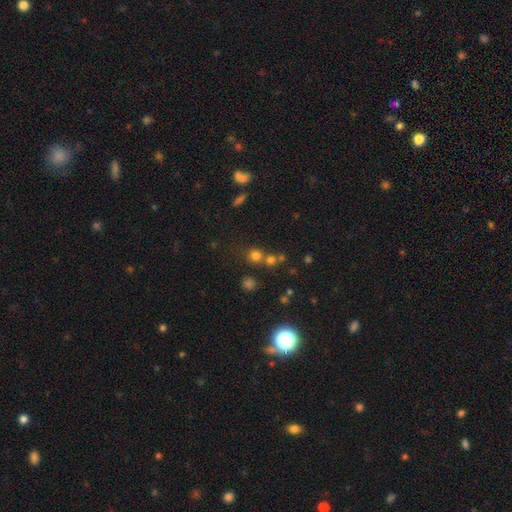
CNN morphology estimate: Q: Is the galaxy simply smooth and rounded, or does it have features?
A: smooth — 70%.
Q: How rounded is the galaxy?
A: round — 88%.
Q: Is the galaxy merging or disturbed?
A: none — 59%.